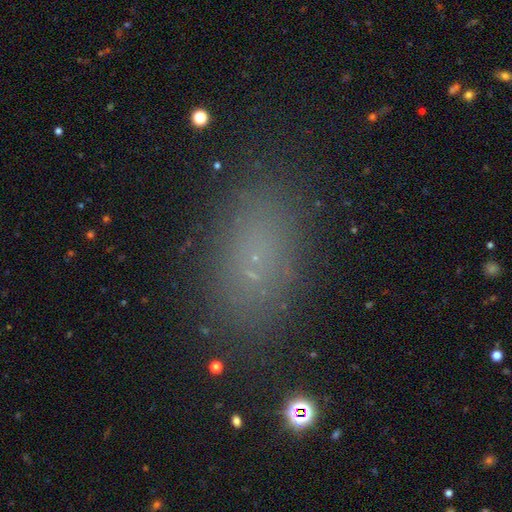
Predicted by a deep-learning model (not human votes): Smooth or featured: smooth — 71% (star or artifact — 20%)
How rounded: in between — 88% (round — 7%)
Merging: none — 86% (minor disturbance — 9%)